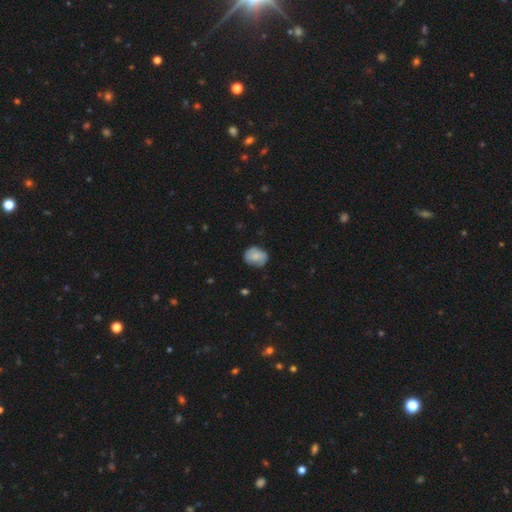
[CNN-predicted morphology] smooth_or_featured: smooth (p=0.73) [alt: featured or disk p=0.19]
how_rounded: round (p=0.54) [alt: in between p=0.45]
merging: none (p=0.70) [alt: minor disturbance p=0.24]